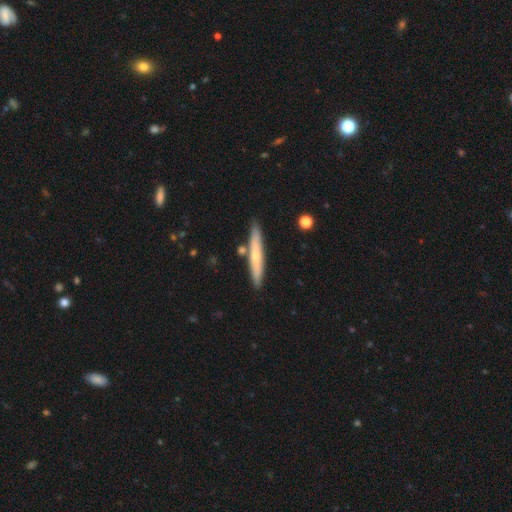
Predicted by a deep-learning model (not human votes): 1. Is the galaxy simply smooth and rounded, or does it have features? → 52% smooth, 42% featured or disk, 6% star or artifact.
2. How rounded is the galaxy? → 94% cigar-shaped, 5% in between, 1% round.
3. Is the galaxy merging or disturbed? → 85% none, 9% minor disturbance, 5% merger, 2% major disturbance.